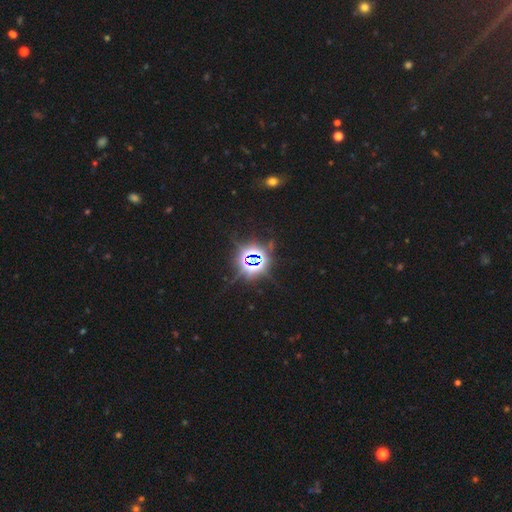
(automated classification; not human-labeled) smooth_or_featured: star or artifact (p=0.82) [alt: smooth p=0.11]